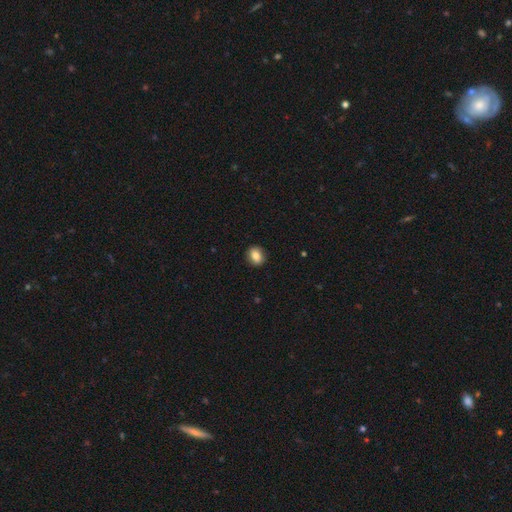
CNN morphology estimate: A smooth galaxy with no disk features (83%) that is round (59%).

Vote fractions:
- Smooth or featured? smooth: 83% / star or artifact: 9% / featured or disk: 8%
- How rounded? round: 59% / in between: 40% / cigar-shaped: 1%
- Merging? none: 90% / minor disturbance: 7% / major disturbance: 2% / merger: 1%